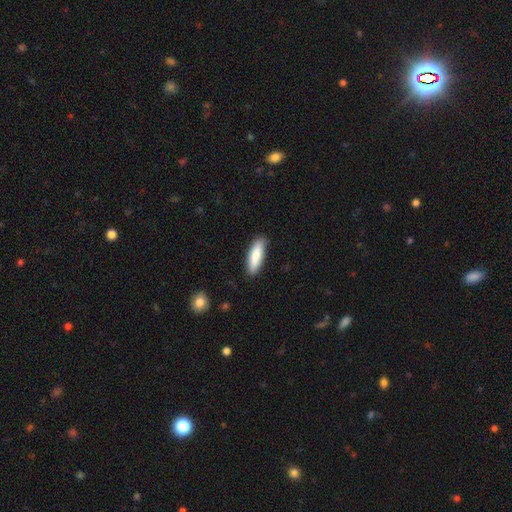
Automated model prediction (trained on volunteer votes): A smooth galaxy with no disk features (83%) that is cigar-shaped (55%).

Vote fractions:
- Smooth or featured? smooth: 83% / featured or disk: 11% / star or artifact: 5%
- How rounded? cigar-shaped: 55% / in between: 43% / round: 2%
- Merging? none: 87% / minor disturbance: 10% / major disturbance: 2% / merger: 1%